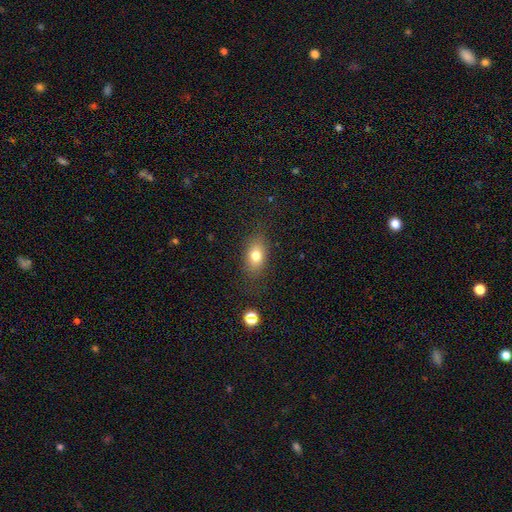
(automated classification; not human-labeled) smooth_or_featured: smooth (p=0.74) [alt: featured or disk p=0.14]
how_rounded: in between (p=0.78) [alt: round p=0.18]
merging: none (p=0.80) [alt: minor disturbance p=0.13]